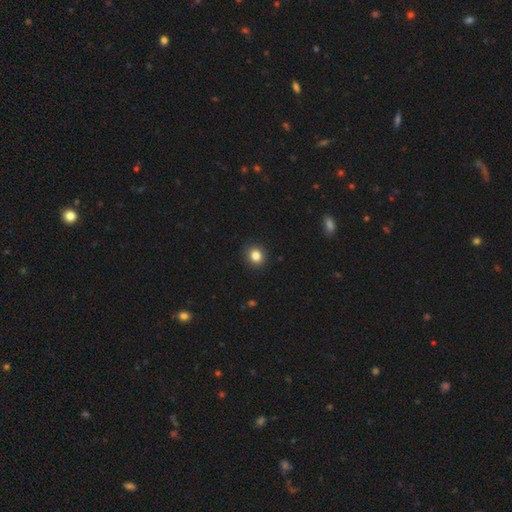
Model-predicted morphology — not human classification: This appears to be a smooth galaxy with no disk features (84%) that is round (79%). Merging: none (91%).